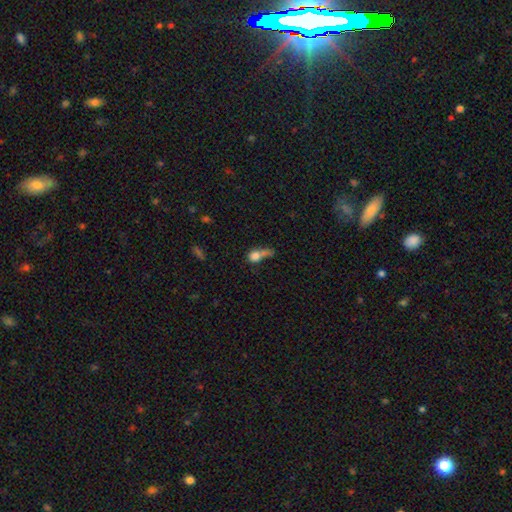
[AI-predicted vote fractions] Smooth or featured? smooth (74%)
How rounded? round (54%)
Merging? merger (46%)